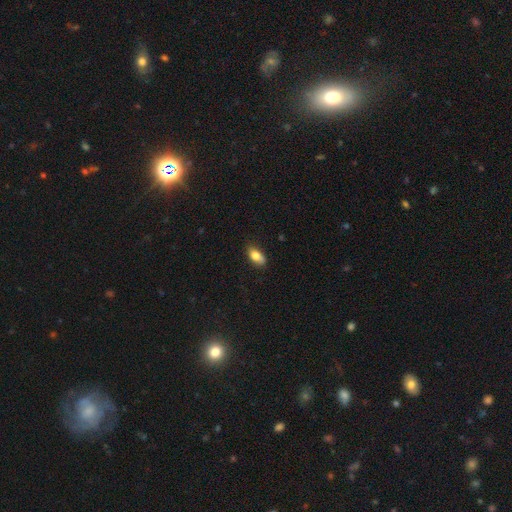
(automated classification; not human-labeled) Smooth or featured? Predicted: smooth (p=0.81). How rounded? Predicted: in between (p=0.88). Merging? Predicted: none (p=0.78).